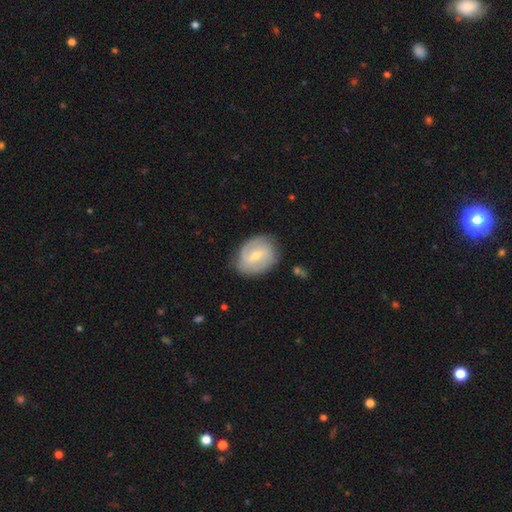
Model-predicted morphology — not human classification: Smooth or featured? Predicted: featured or disk (p=0.64). Edge-on disk? Predicted: no (p=0.96). Bar? Predicted: weak (p=0.57). Spiral arms? Predicted: yes (p=0.83). Spiral winding? Predicted: medium (p=0.42). Spiral arm count? Predicted: 2 (p=0.68). Bulge size? Predicted: small (p=0.53). Merging? Predicted: none (p=0.75).